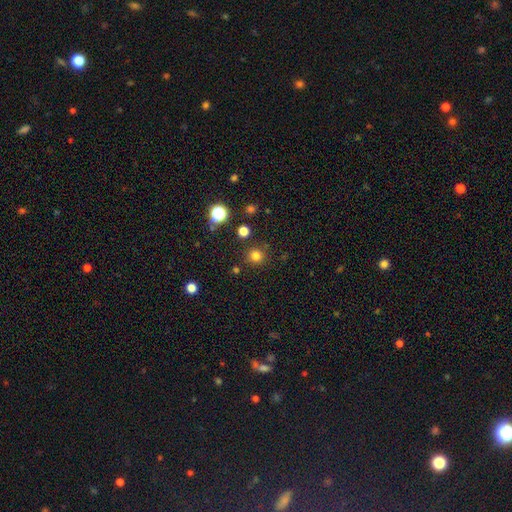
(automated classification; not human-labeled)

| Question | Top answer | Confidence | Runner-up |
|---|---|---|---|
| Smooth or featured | smooth | 78% | star or artifact (17%) |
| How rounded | round | 93% | in between (6%) |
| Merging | none | 87% | minor disturbance (7%) |